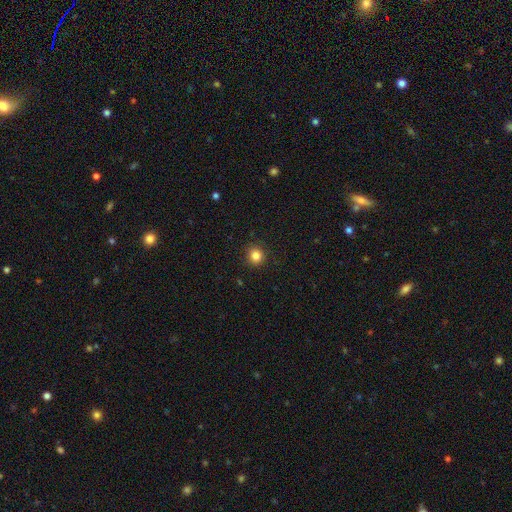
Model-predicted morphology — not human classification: Q: Smooth or featured?
A: smooth (84%); runner-up: star or artifact (12%)
Q: How rounded?
A: round (92%); runner-up: in between (7%)
Q: Merging?
A: none (91%); runner-up: minor disturbance (6%)